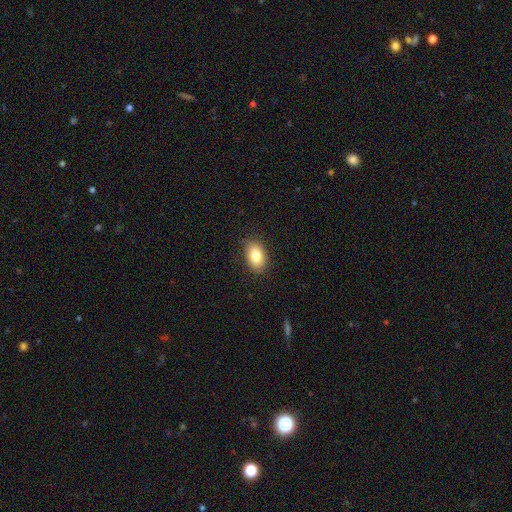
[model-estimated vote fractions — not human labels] This appears to be a smooth galaxy with no disk features (83%) that is in between round and cigar-shaped (88%). Merging: none (86%).